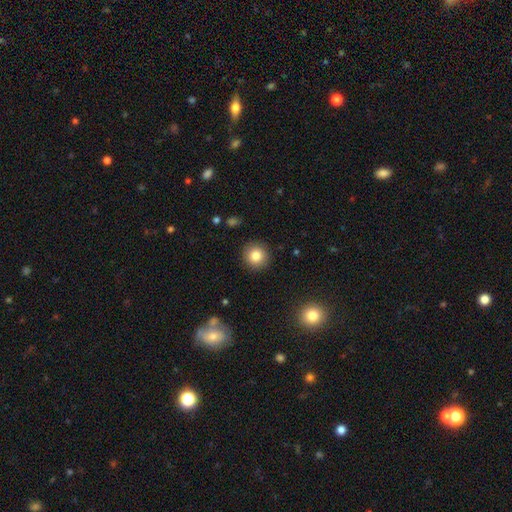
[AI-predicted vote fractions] Smooth or featured? smooth (82%)
How rounded? round (94%)
Merging? none (91%)